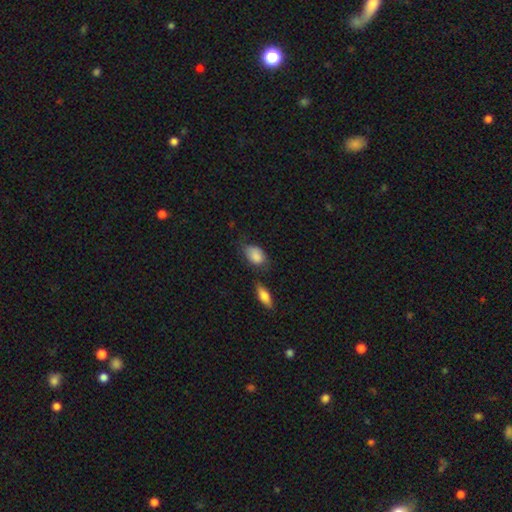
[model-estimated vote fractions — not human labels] Morphology: type=smooth (85%); roundness=in between (86%); merging=none (50%).